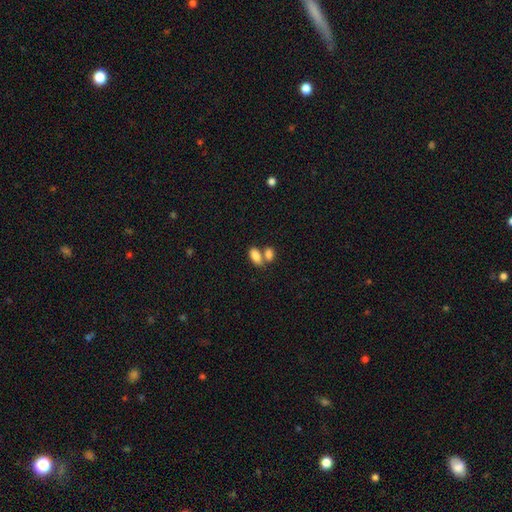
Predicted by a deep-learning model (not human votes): Q: Smooth or featured?
A: smooth (85%); runner-up: featured or disk (8%)
Q: How rounded?
A: in between (91%); runner-up: round (6%)
Q: Merging?
A: merger (51%); runner-up: none (38%)